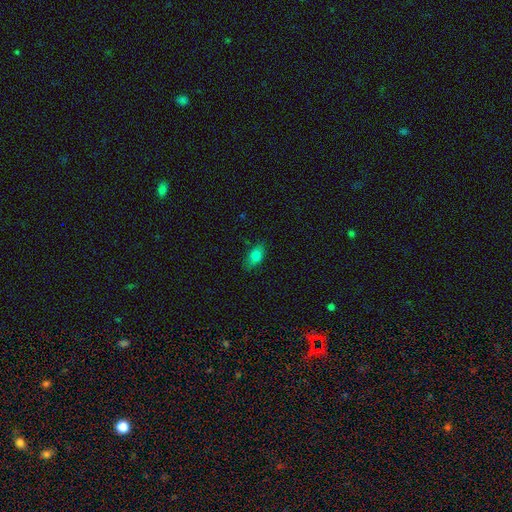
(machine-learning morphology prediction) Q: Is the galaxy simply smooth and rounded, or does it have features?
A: smooth — 77%.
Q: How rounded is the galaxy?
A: in between — 85%.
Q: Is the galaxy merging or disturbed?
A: none — 81%.